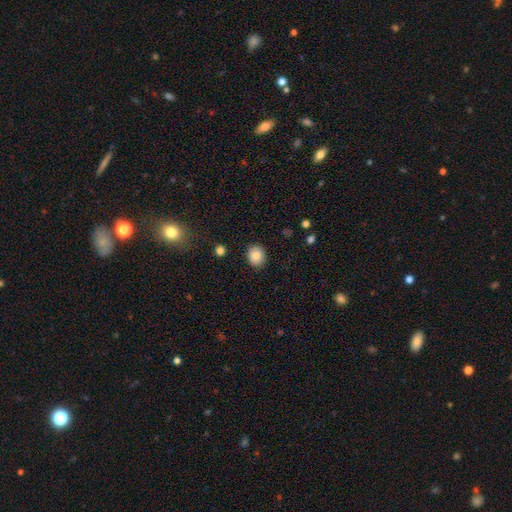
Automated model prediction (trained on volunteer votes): Smooth or featured?
  - smooth: 85% *
  - star or artifact: 9%
  - featured or disk: 6%
How rounded?
  - round: 64% *
  - in between: 35%
  - cigar-shaped: 1%
Merging?
  - none: 88% *
  - minor disturbance: 8%
  - major disturbance: 2%
  - merger: 1%